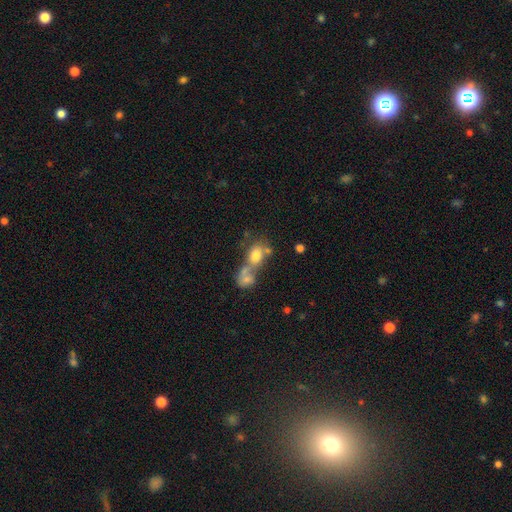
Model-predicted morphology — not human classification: Smooth or featured? smooth (71%)
How rounded? in between (57%)
Merging? merger (62%)